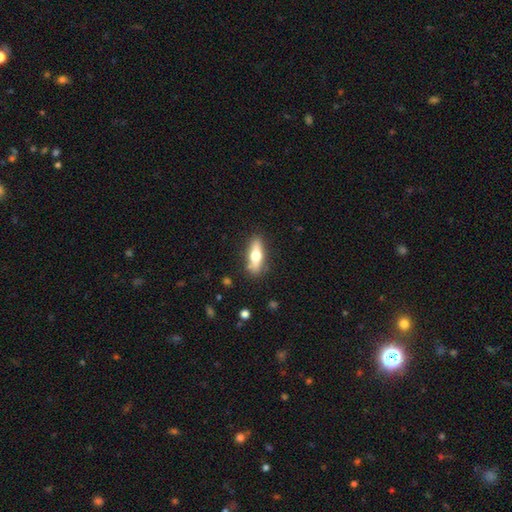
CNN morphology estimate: Overall: smooth (54%; featured or disk 40%). How rounded: in between (48%, tied with cigar-shaped). Merging: none (82%).